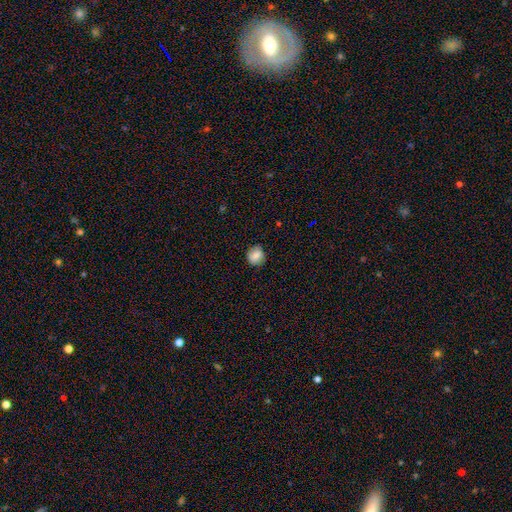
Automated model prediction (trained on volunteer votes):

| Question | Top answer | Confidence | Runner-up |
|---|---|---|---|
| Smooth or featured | smooth | 79% | featured or disk (13%) |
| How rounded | round | 84% | in between (15%) |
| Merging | none | 83% | minor disturbance (13%) |